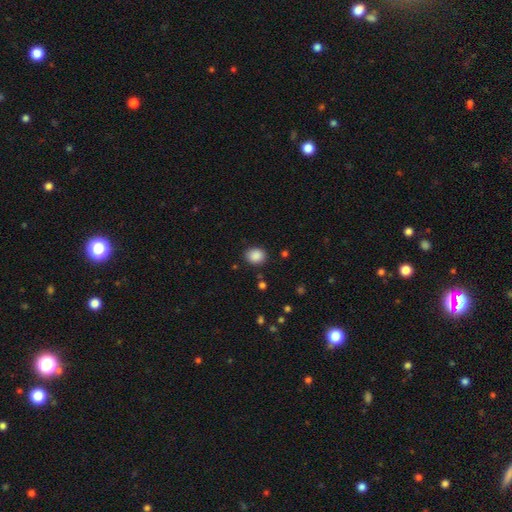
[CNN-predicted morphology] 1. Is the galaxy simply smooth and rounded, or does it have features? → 88% smooth, 9% star or artifact, 3% featured or disk.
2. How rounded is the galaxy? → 62% round, 37% in between, 1% cigar-shaped.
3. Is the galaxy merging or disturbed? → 86% none, 10% minor disturbance, 3% major disturbance, 2% merger.